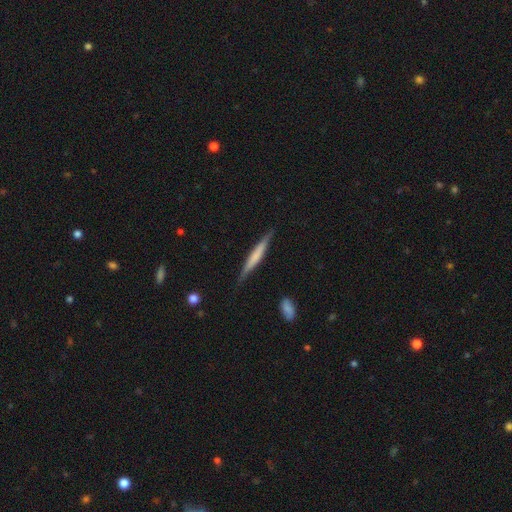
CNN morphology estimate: A smooth galaxy with no disk features (49%). Merging: none (85%).